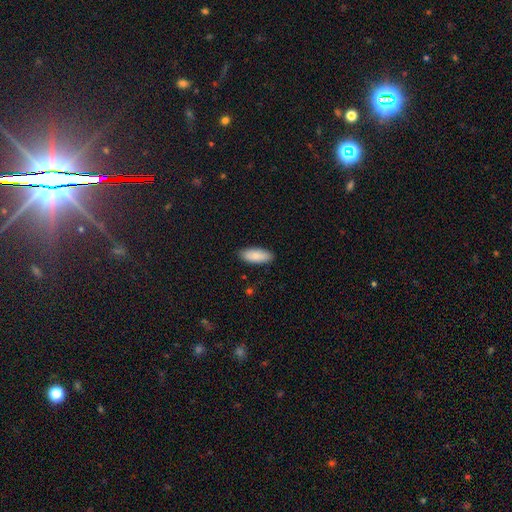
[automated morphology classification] smooth_or_featured: smooth (p=0.86) [alt: featured or disk p=0.08]
how_rounded: in between (p=0.81) [alt: cigar-shaped p=0.17]
merging: none (p=0.88) [alt: minor disturbance p=0.09]